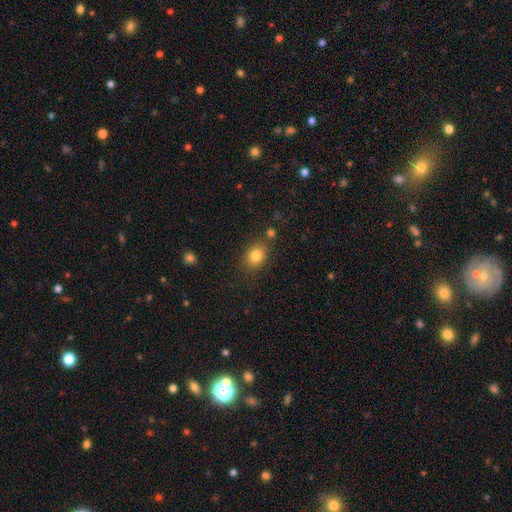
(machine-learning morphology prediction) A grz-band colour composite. It shows a smooth galaxy with no disk features (82%) that is in between round and cigar-shaped (56%). Merging: none (79%).